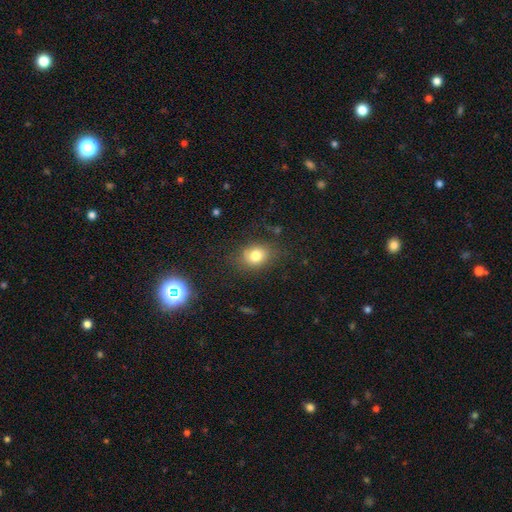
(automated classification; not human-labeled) This is likely a smooth galaxy (79%). How rounded: possibly round (50%). Merging: likely none (76%).